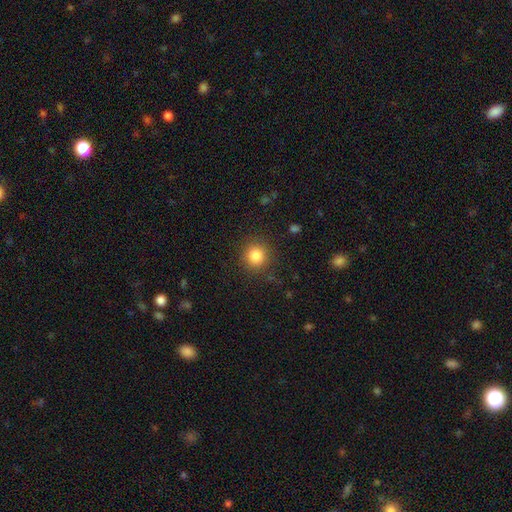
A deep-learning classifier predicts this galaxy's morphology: Smooth or featured?
  - smooth: 83% *
  - star or artifact: 11%
  - featured or disk: 6%
How rounded?
  - round: 92% *
  - in between: 7%
  - cigar-shaped: 1%
Merging?
  - none: 89% *
  - minor disturbance: 7%
  - major disturbance: 3%
  - merger: 1%